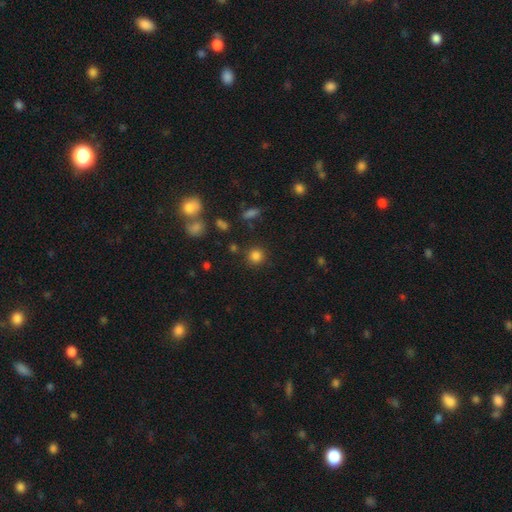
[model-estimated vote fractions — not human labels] smooth_or_featured: smooth (p=0.82) [alt: star or artifact p=0.13]
how_rounded: round (p=0.91) [alt: in between p=0.08]
merging: none (p=0.86) [alt: minor disturbance p=0.08]